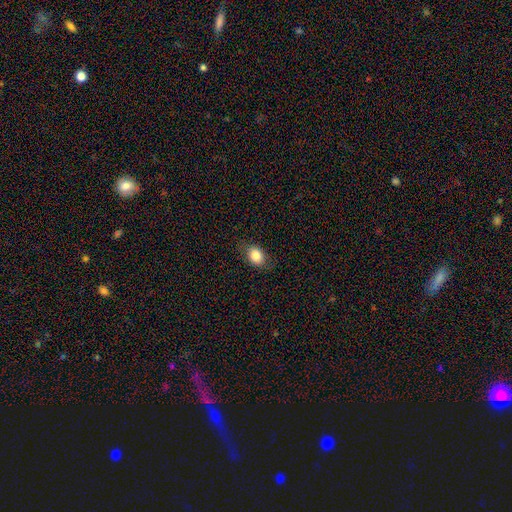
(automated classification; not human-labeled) A smooth galaxy with no disk features (84%) that is in between round and cigar-shaped (63%).

Vote fractions:
- Smooth or featured? smooth: 84% / star or artifact: 9% / featured or disk: 7%
- How rounded? in between: 63% / round: 35% / cigar-shaped: 1%
- Merging? none: 80% / minor disturbance: 15% / major disturbance: 4% / merger: 1%